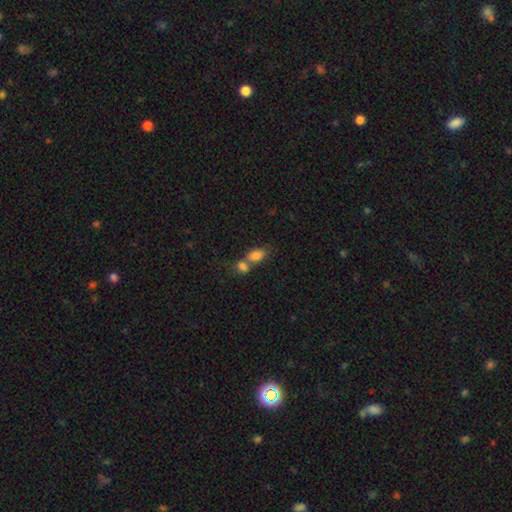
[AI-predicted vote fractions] smooth-or-featured: smooth: 82% | featured or disk: 9% | star or artifact: 9%
  how-rounded: in between: 87% | round: 10% | cigar-shaped: 3%
  merging: merger: 59% | none: 28% | minor disturbance: 8% | major disturbance: 4%